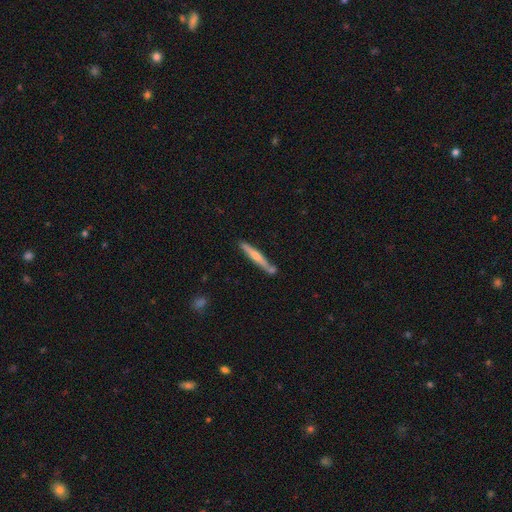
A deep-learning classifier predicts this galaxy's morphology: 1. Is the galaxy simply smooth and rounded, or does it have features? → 59% featured or disk, 34% smooth, 7% star or artifact.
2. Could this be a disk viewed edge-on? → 95% yes, 5% no.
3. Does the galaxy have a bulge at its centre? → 70% rounded, 24% none, 7% boxy.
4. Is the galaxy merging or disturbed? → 81% none, 12% minor disturbance, 5% merger, 2% major disturbance.